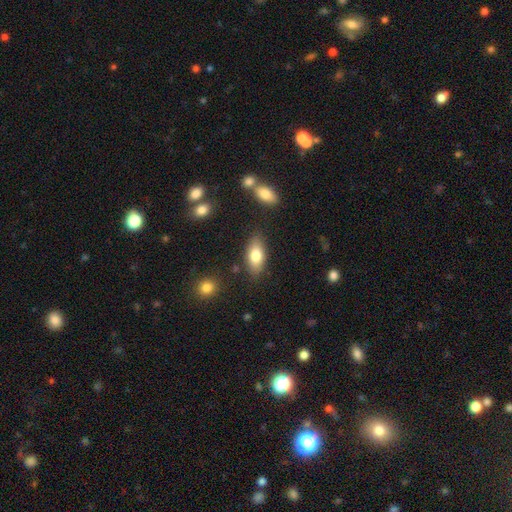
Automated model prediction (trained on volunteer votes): This is likely a smooth galaxy (77%). How rounded: clearly in between (87%). Merging: clearly none (81%).